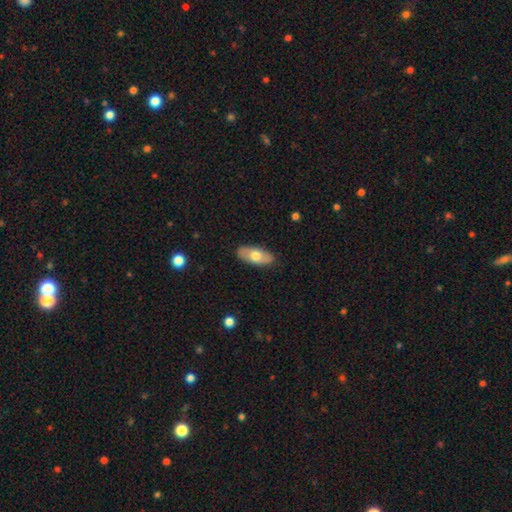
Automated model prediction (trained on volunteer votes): A smooth galaxy with no disk features (64%) that is in between round and cigar-shaped (88%).

Vote fractions:
- Smooth or featured? smooth: 64% / featured or disk: 31% / star or artifact: 5%
- How rounded? in between: 88% / cigar-shaped: 8% / round: 3%
- Merging? none: 87% / minor disturbance: 10% / major disturbance: 2% / merger: 1%